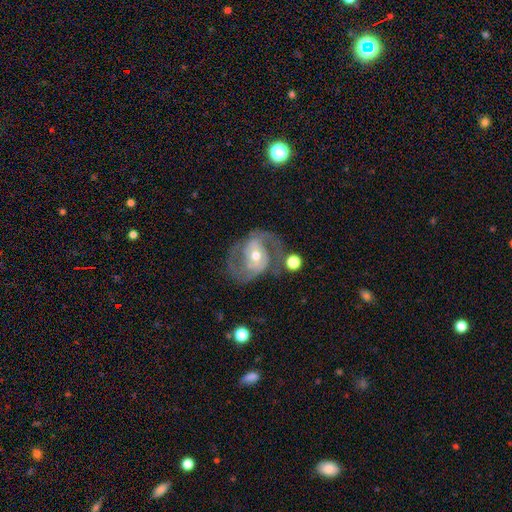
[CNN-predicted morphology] This appears to be a featured or disk galaxy (84%) with no bar (38%), 2 (85%) medium (53%) spiral arms (88%) and a moderate central bulge (61%). Merging: none (64%).